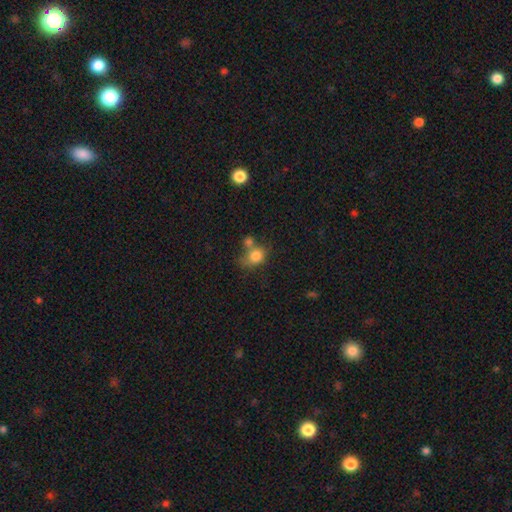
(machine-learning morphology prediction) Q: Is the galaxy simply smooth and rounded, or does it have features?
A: smooth — 79%.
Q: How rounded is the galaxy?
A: round — 56%.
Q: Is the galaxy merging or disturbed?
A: none — 37%.